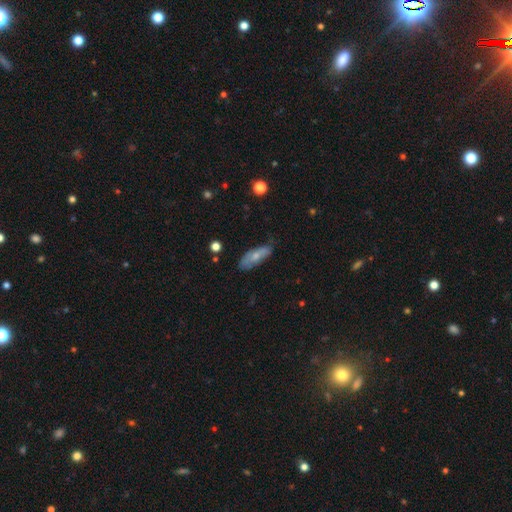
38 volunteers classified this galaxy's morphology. Overall: smooth (53%; featured or disk 42%). How rounded: in between (85%). Merging: none (67%; minor disturbance 28%).